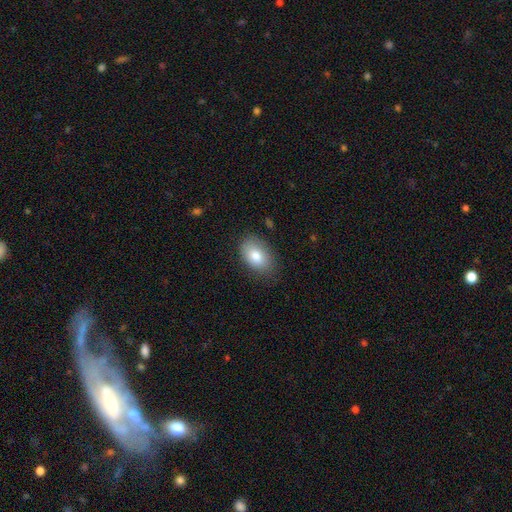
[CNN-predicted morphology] smooth-or-featured: smooth: 81% | featured or disk: 11% | star or artifact: 8%
  how-rounded: in between: 88% | round: 11% | cigar-shaped: 1%
  merging: none: 78% | minor disturbance: 17% | major disturbance: 4% | merger: 1%